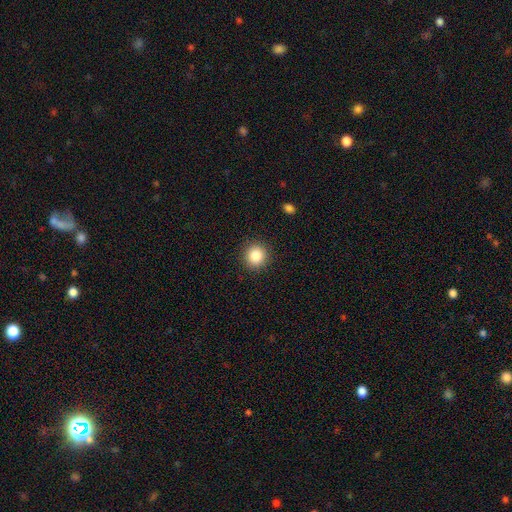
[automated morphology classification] smooth_or_featured: smooth (p=0.85) [alt: star or artifact p=0.10]
how_rounded: round (p=0.93) [alt: in between p=0.07]
merging: none (p=0.91) [alt: minor disturbance p=0.06]